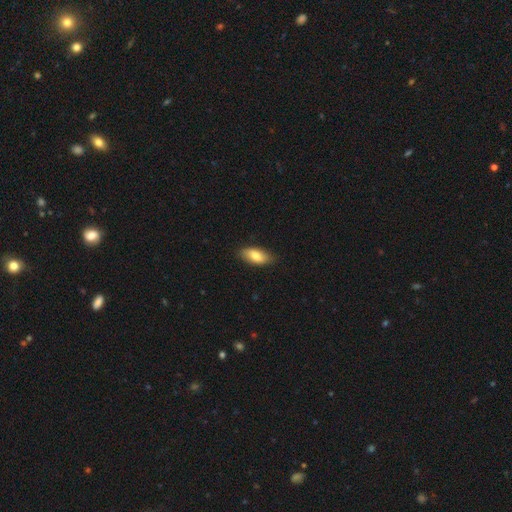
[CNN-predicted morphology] Overall: smooth (79%). How rounded: in between (88%). Merging: none (84%).